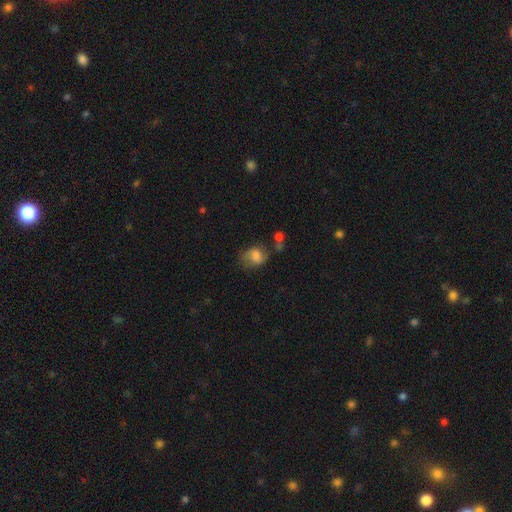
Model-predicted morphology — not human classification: A smooth galaxy with no disk features (61%) that is in between round and cigar-shaped (53%). Merging: none (52%).